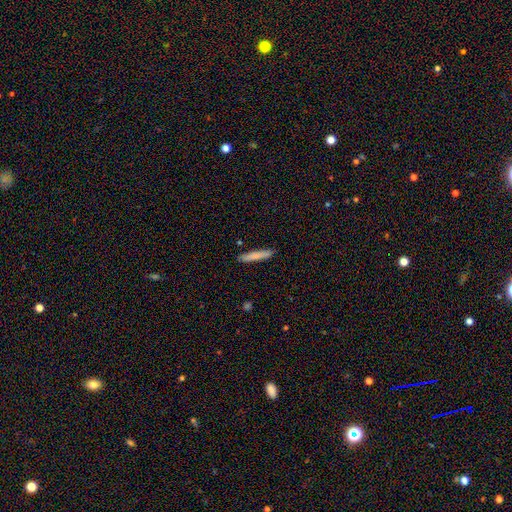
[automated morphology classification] Smooth or featured: smooth — 80% (featured or disk — 14%)
How rounded: cigar-shaped — 92% (in between — 6%)
Merging: none — 88% (minor disturbance — 9%)